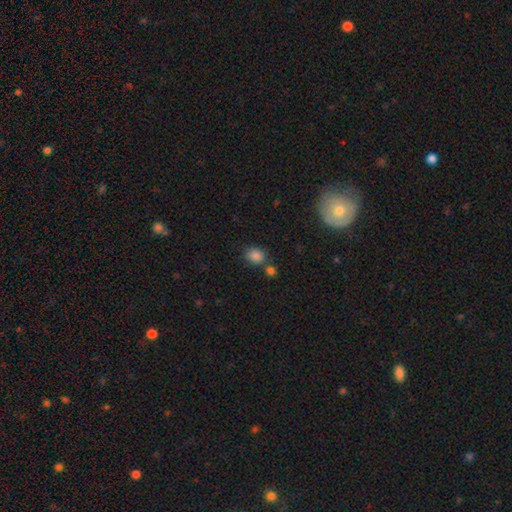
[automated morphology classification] Smooth or featured? Predicted: smooth (p=0.84). How rounded? Predicted: round (p=0.53). Merging? Predicted: none (p=0.65).